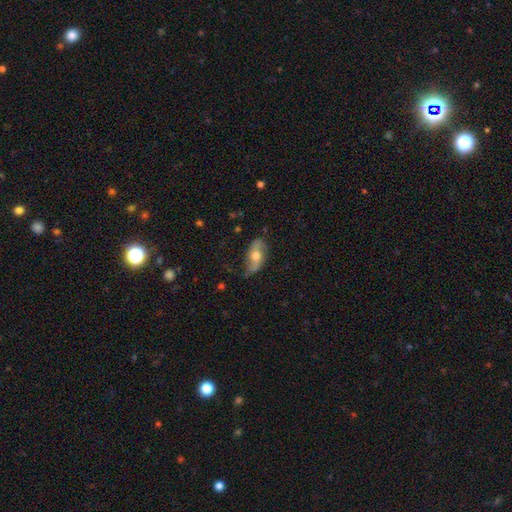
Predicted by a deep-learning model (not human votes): Smooth or featured?
  - featured or disk: 50% *
  - smooth: 43%
  - star or artifact: 7%
Edge-on disk?
  - no: 82% *
  - yes: 18%
Merging?
  - none: 63% *
  - minor disturbance: 27%
  - major disturbance: 8%
  - merger: 2%